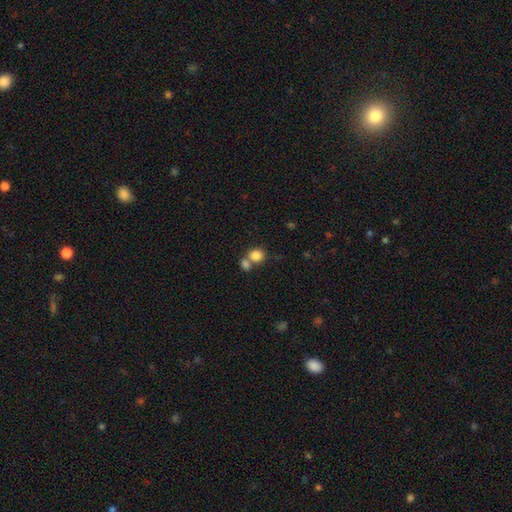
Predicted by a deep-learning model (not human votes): Smooth or featured?
  - smooth: 83% *
  - star or artifact: 10%
  - featured or disk: 7%
How rounded?
  - round: 75% *
  - in between: 24%
  - cigar-shaped: 1%
Merging?
  - merger: 46% *
  - none: 44%
  - minor disturbance: 7%
  - major disturbance: 3%